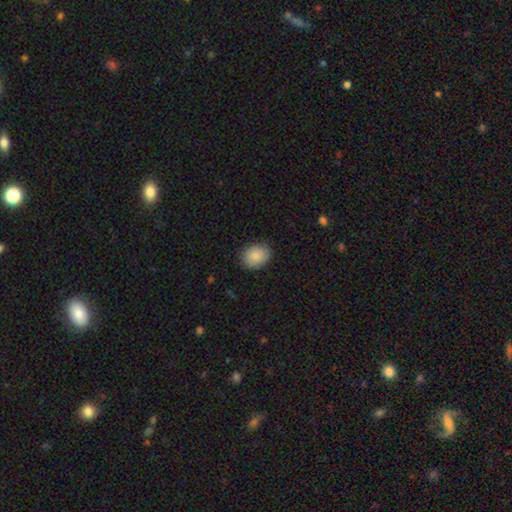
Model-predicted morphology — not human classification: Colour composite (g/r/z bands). It shows a smooth galaxy with no disk features (88%) that is in between round and cigar-shaped (59%). Merging: none (86%).